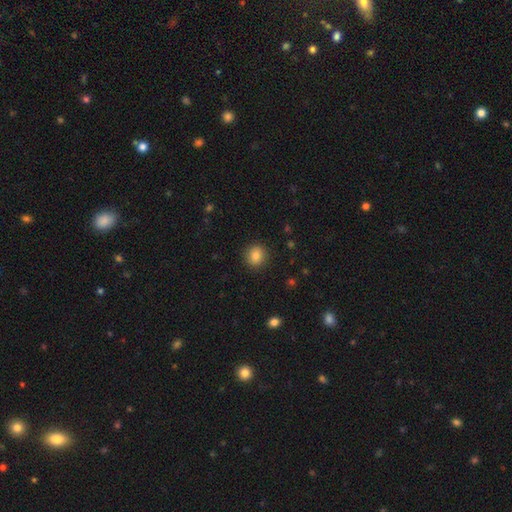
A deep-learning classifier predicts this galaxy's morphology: The model was most divided on "how rounded": round: 84%, in between: 15%, cigar-shaped: 1%. More confident: merging — none (90%); smooth or featured — smooth (83%).